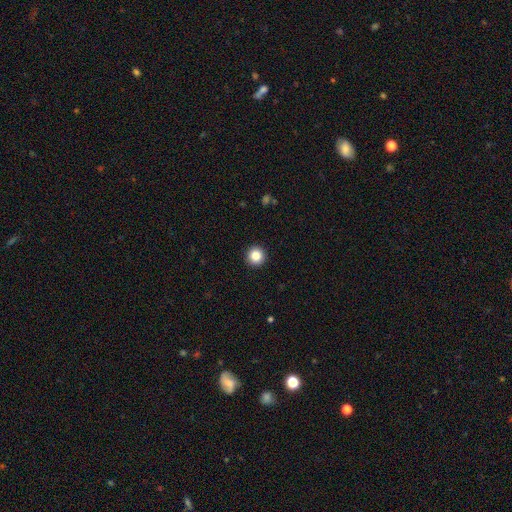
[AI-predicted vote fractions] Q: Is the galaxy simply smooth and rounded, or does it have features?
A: smooth — 85%.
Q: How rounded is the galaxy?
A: round — 96%.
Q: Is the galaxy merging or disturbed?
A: none — 94%.